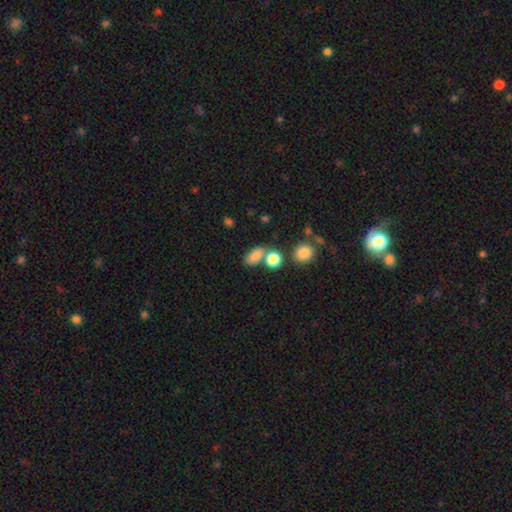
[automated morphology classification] type=smooth (82%); roundness=in between (80%); merging=none (55%).